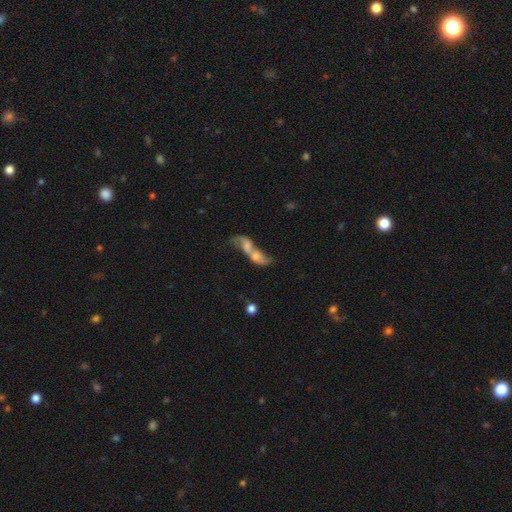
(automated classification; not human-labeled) A featured or disk galaxy (46%).

Vote fractions:
- Smooth or featured? featured or disk: 46% / smooth: 43% / star or artifact: 11%
- Merging? merger: 72% / none: 12% / major disturbance: 10% / minor disturbance: 6%